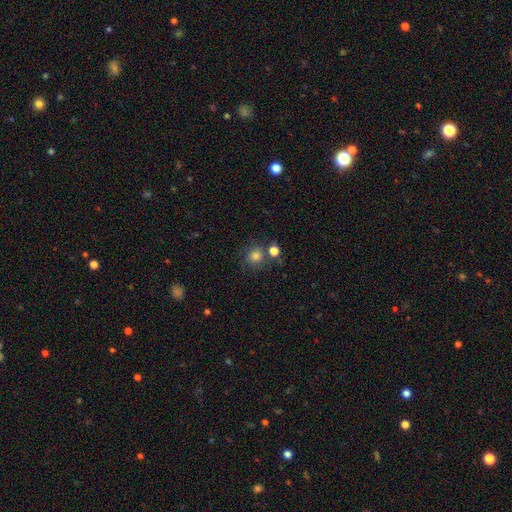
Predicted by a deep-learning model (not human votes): Smooth or featured? smooth (78%)
How rounded? round (87%)
Merging? none (69%)